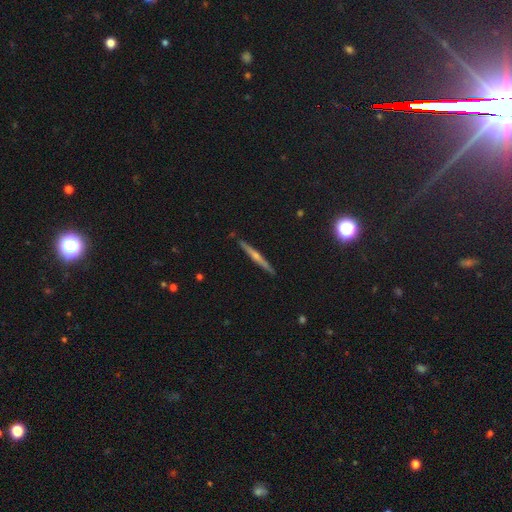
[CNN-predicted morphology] Overall: featured or disk (72%). Edge-on disk: yes (98%). Edge-on bulge: rounded (74%). Merging: none (92%).